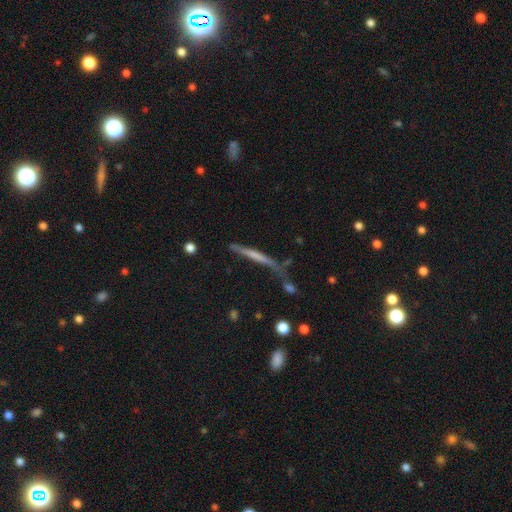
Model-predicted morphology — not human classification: This appears to be a featured or disk galaxy (48%). Merging: none (56%).